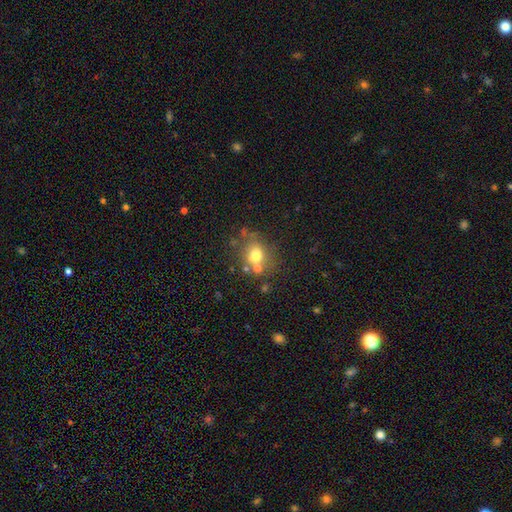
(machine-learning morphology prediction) Overall: smooth (71%). How rounded: round (63%; in between 36%). Merging: none (60%).